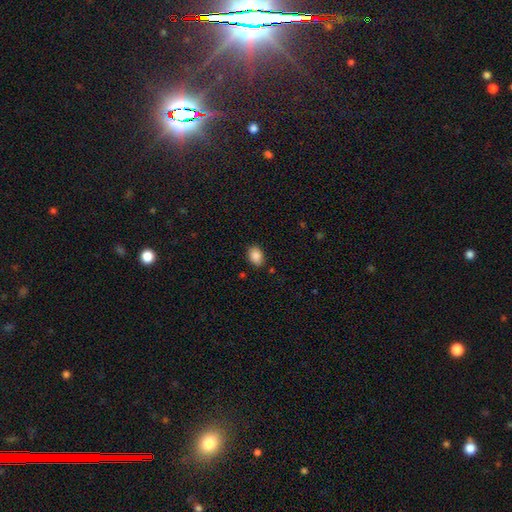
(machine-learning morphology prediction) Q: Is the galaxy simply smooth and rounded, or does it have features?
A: smooth — 87%.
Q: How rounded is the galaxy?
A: in between — 75%.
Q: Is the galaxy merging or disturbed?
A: none — 84%.